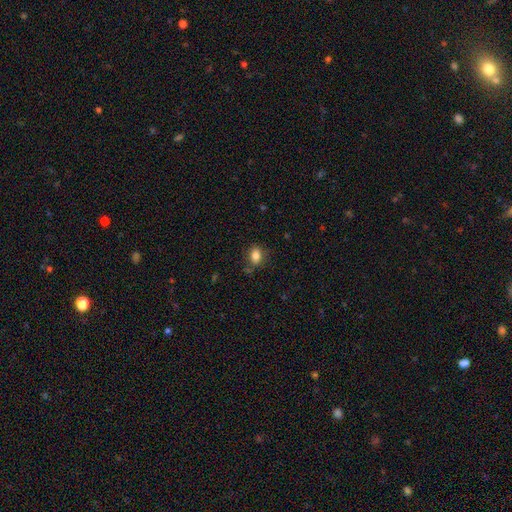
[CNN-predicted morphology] Smooth or featured: smooth — 84% (star or artifact — 10%)
How rounded: in between — 70% (round — 29%)
Merging: none — 74% (minor disturbance — 17%)